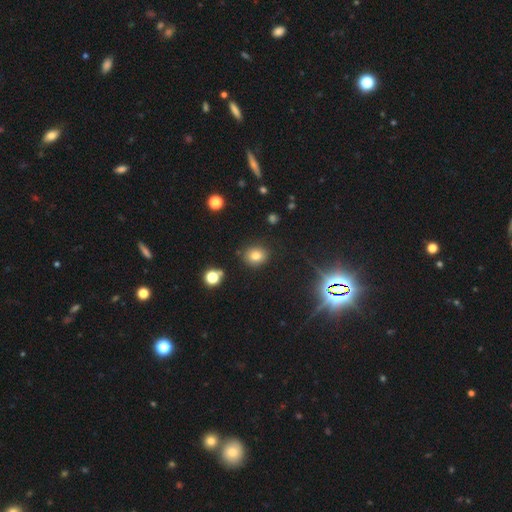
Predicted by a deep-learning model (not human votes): smooth 75%, star or artifact 15%, featured or disk 10%. Down the decision tree: how rounded — round (74%); merging — none (86%).